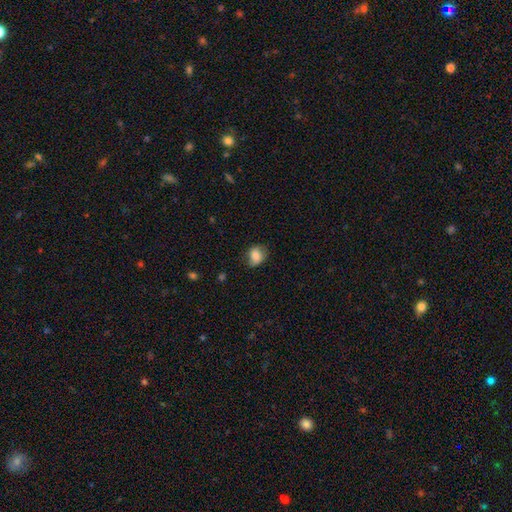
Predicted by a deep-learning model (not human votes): A smooth galaxy with no disk features (77%) that is in between round and cigar-shaped (50%). Merging: none (69%).